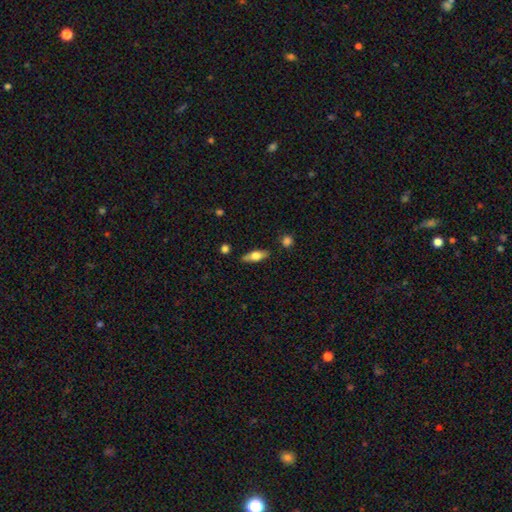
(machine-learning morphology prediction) Q: Smooth or featured?
A: smooth (56%); runner-up: featured or disk (38%)
Q: How rounded?
A: in between (61%); runner-up: cigar-shaped (35%)
Q: Merging?
A: none (83%); runner-up: minor disturbance (12%)